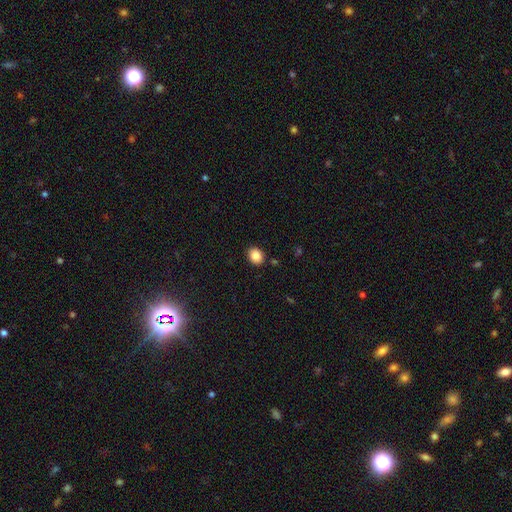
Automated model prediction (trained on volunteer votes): Morphology: type=smooth (86%); roundness=round (54%); merging=none (89%).